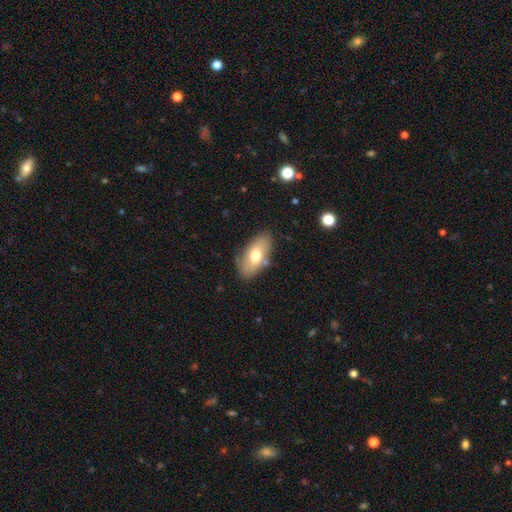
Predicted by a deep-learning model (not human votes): Morphology: type=smooth (67%); roundness=in between (90%); merging=none (78%).